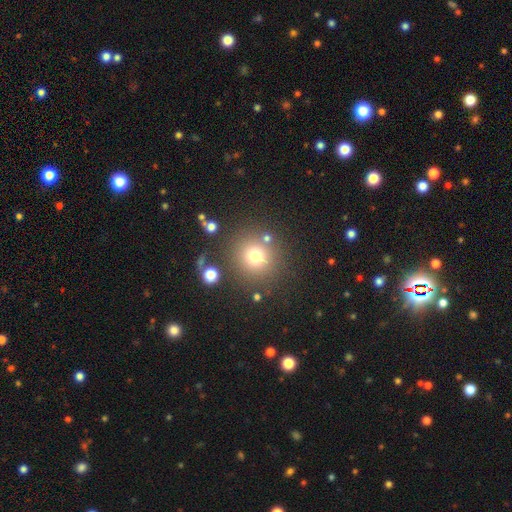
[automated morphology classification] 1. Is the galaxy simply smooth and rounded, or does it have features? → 65% smooth, 27% star or artifact, 8% featured or disk.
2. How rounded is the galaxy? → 92% round, 7% in between, 1% cigar-shaped.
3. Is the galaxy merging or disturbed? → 84% none, 7% minor disturbance, 6% merger, 3% major disturbance.